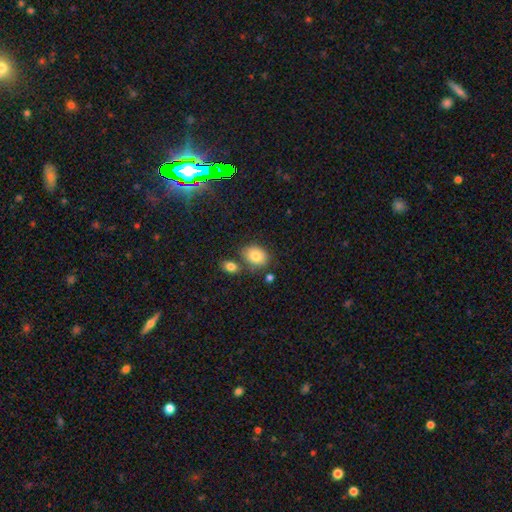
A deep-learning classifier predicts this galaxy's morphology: type=smooth (82%); roundness=in between (70%); merging=none (66%).